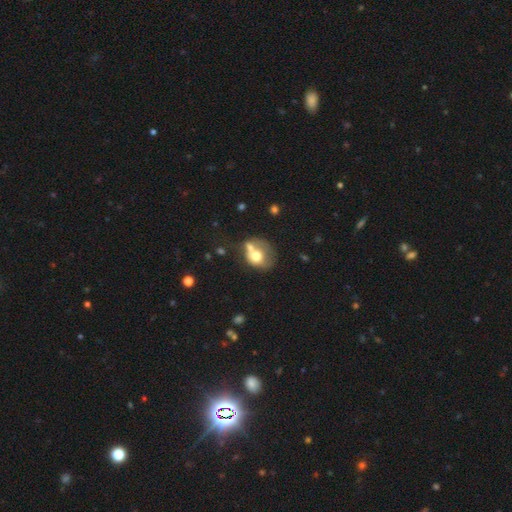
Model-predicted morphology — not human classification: Smooth or featured: smooth — 65% (featured or disk — 25%)
How rounded: round — 62% (in between — 37%)
Merging: merger — 44% (none — 27%)